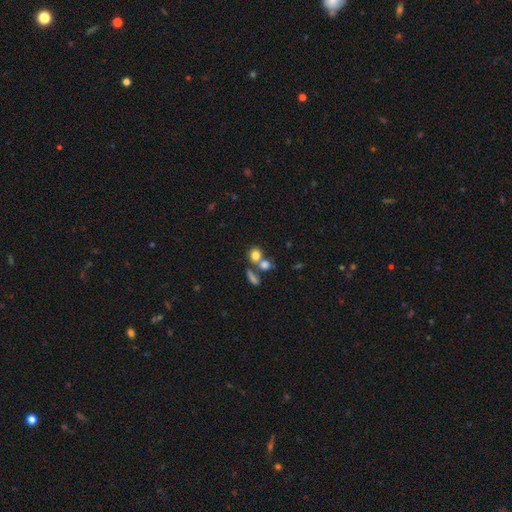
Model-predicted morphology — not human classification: Smooth or featured?
  - smooth: 77% *
  - star or artifact: 12%
  - featured or disk: 11%
How rounded?
  - round: 71% *
  - in between: 27%
  - cigar-shaped: 2%
Merging?
  - none: 48% *
  - merger: 38%
  - minor disturbance: 9%
  - major disturbance: 5%